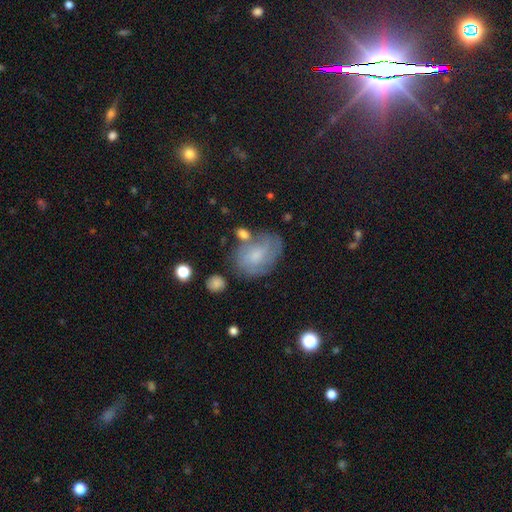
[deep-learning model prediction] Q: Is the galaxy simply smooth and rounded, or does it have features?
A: featured or disk — 48%.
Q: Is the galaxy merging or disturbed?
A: none — 56%.